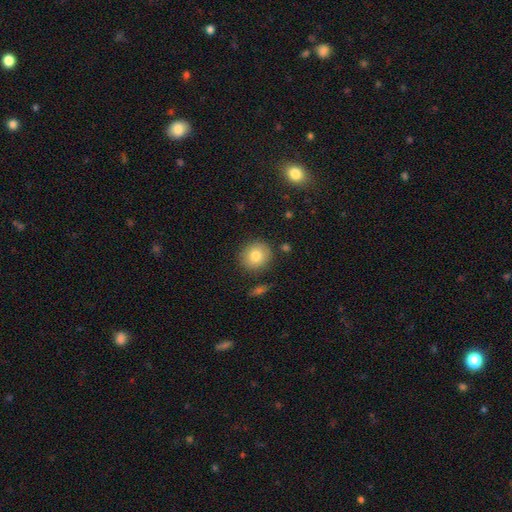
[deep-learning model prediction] Smooth or featured? smooth (81%)
How rounded? round (86%)
Merging? none (85%)